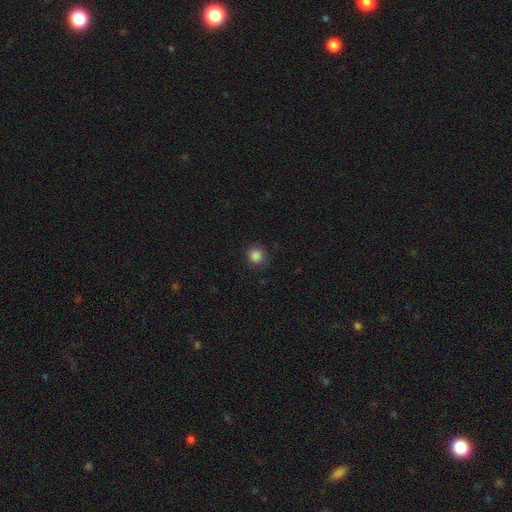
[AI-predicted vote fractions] Morphology: type=smooth (86%); roundness=round (92%); merging=none (86%).